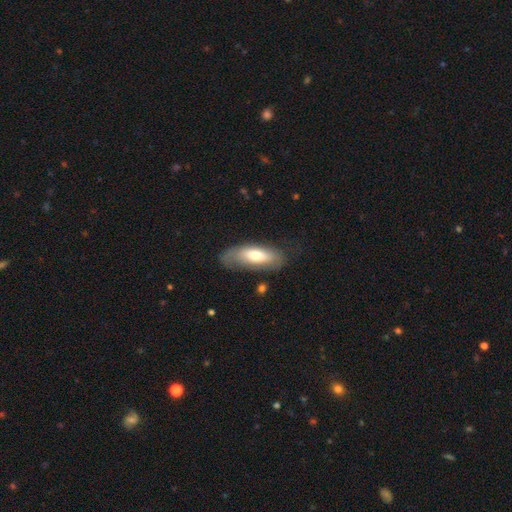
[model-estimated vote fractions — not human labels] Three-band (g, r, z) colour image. It shows a smooth galaxy with no disk features (63%) that is in between round and cigar-shaped (74%). Merging: none (60%).